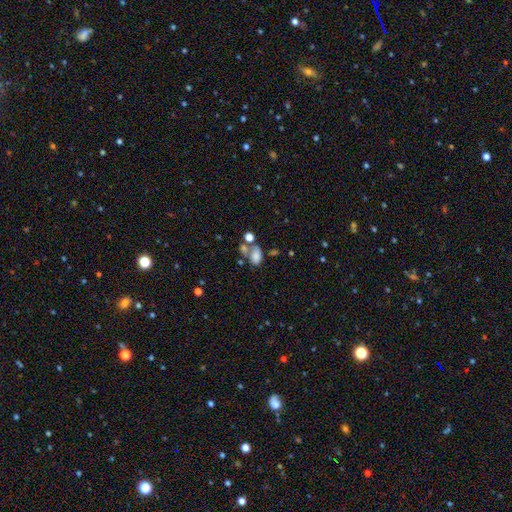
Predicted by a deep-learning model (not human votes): Smooth or featured?
  - smooth: 72% *
  - featured or disk: 15%
  - star or artifact: 13%
How rounded?
  - in between: 84% *
  - round: 14%
  - cigar-shaped: 2%
Merging?
  - merger: 40% *
  - none: 30%
  - minor disturbance: 16%
  - major disturbance: 14%